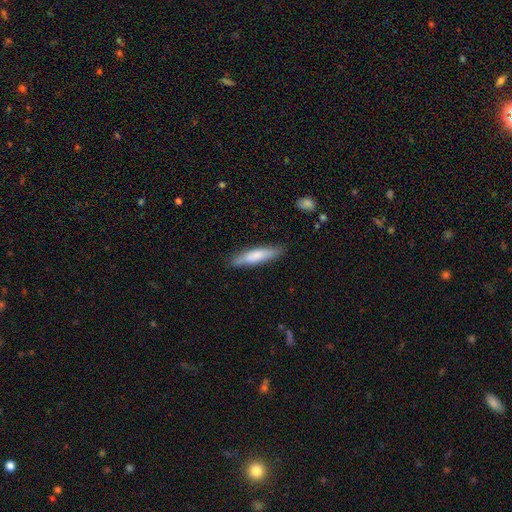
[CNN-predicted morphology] The model was most divided on "smooth or featured": smooth: 73%, featured or disk: 22%, star or artifact: 5%. More confident: merging — none (83%); how rounded — cigar-shaped (80%).